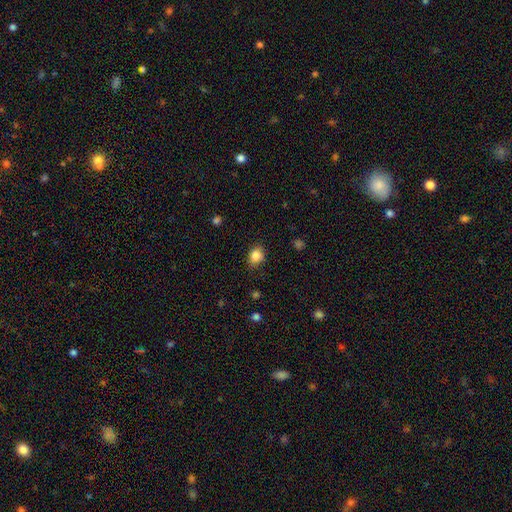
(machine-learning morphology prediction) Smooth or featured? Predicted: smooth (p=0.85). How rounded? Predicted: round (p=0.56). Merging? Predicted: none (p=0.80).